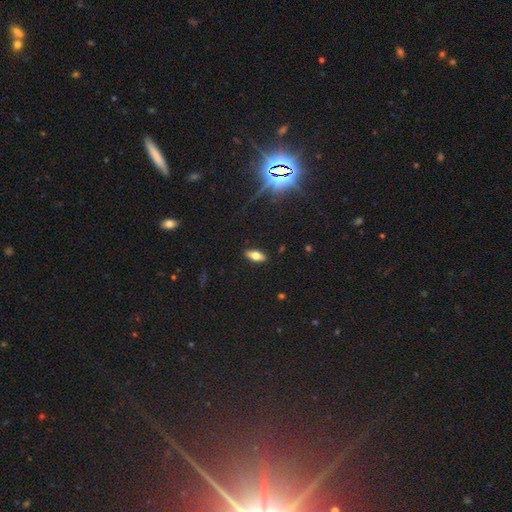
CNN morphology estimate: Smooth or featured? Predicted: smooth (p=0.64). How rounded? Predicted: in between (p=0.81). Merging? Predicted: none (p=0.89).